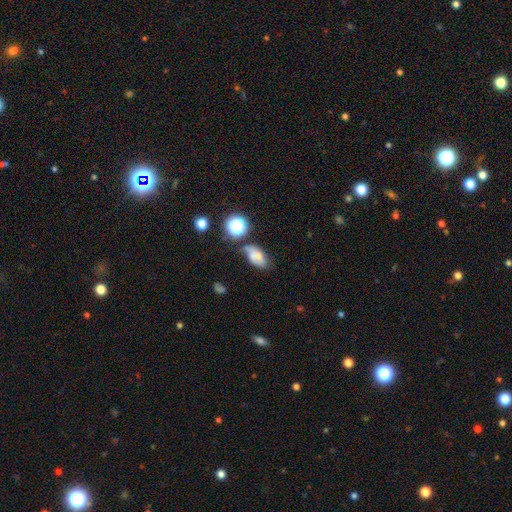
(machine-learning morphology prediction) Smooth or featured?
  - smooth: 59% *
  - featured or disk: 26%
  - star or artifact: 16%
How rounded?
  - in between: 86% *
  - round: 11%
  - cigar-shaped: 3%
Merging?
  - none: 53% *
  - minor disturbance: 27%
  - merger: 11%
  - major disturbance: 10%